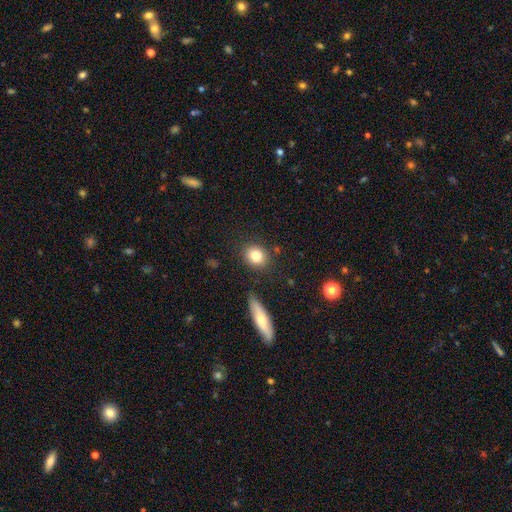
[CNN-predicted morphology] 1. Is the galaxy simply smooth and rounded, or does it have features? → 81% smooth, 10% featured or disk, 9% star or artifact.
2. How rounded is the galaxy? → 68% round, 30% in between, 2% cigar-shaped.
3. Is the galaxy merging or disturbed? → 84% none, 9% minor disturbance, 4% merger, 3% major disturbance.